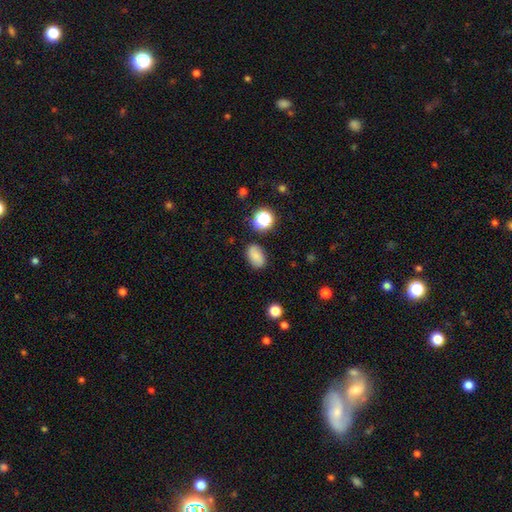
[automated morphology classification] Smooth or featured? smooth (80%)
How rounded? in between (85%)
Merging? none (82%)